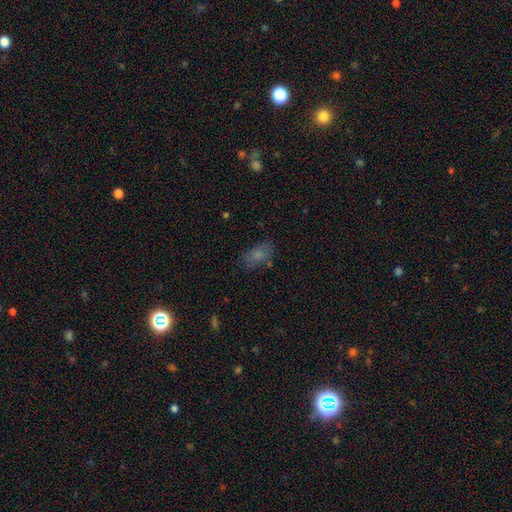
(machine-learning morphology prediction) smooth 59%, star or artifact 25%, featured or disk 16%. Down the decision tree: how rounded — in between (84%); merging — none (76%).